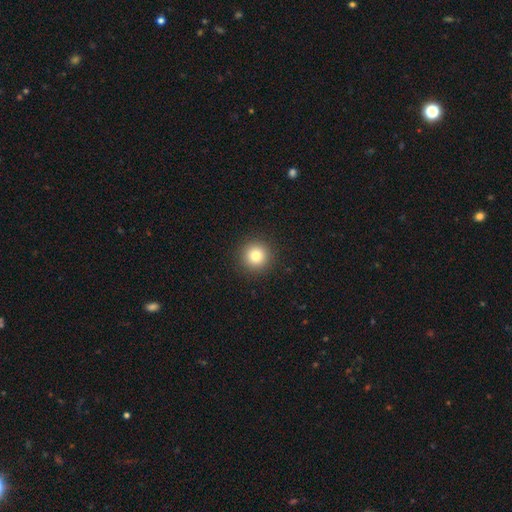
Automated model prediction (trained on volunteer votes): This appears to be a smooth galaxy with no disk features (81%) that is round (96%). Merging: none (92%).